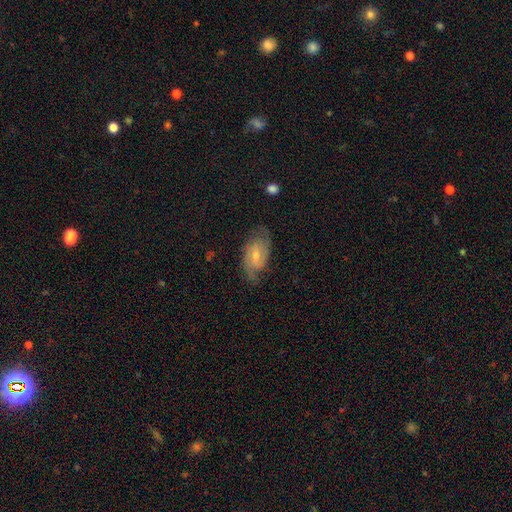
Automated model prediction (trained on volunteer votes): Q: Smooth or featured?
A: featured or disk (72%); runner-up: smooth (21%)
Q: Edge-on disk?
A: no (95%); runner-up: yes (5%)
Q: Bar?
A: weak (52%); runner-up: no (34%)
Q: Spiral arms?
A: yes (92%); runner-up: no (8%)
Q: Spiral winding?
A: medium (46%); runner-up: tight (32%)
Q: Spiral arm count?
A: 2 (76%); runner-up: can't tell (13%)
Q: Bulge size?
A: small (50%); runner-up: moderate (45%)
Q: Merging?
A: none (70%); runner-up: minor disturbance (21%)